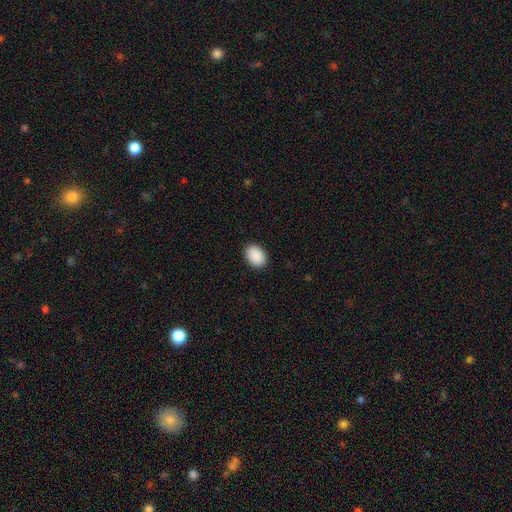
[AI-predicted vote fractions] Overall: smooth (91%). How rounded: in between (81%). Merging: none (90%).